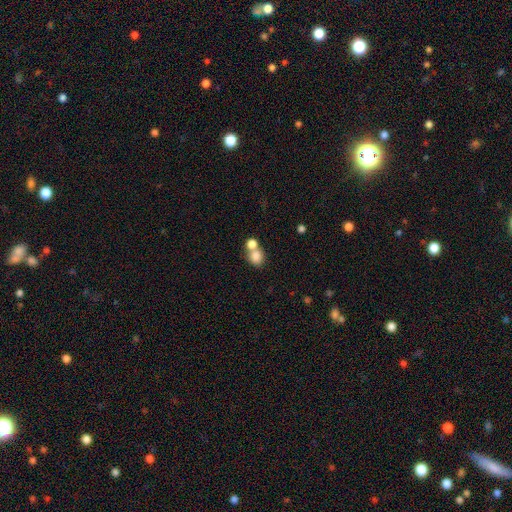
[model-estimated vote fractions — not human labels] smooth-or-featured: smooth: 80% | star or artifact: 10% | featured or disk: 9%
  how-rounded: round: 73% | in between: 25% | cigar-shaped: 1%
  merging: merger: 49% | none: 40% | minor disturbance: 7% | major disturbance: 4%